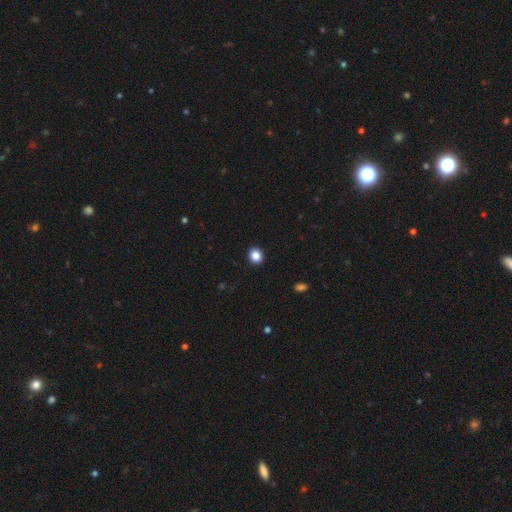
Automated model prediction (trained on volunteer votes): Overall: smooth (86%). How rounded: round (73%). Merging: none (92%).